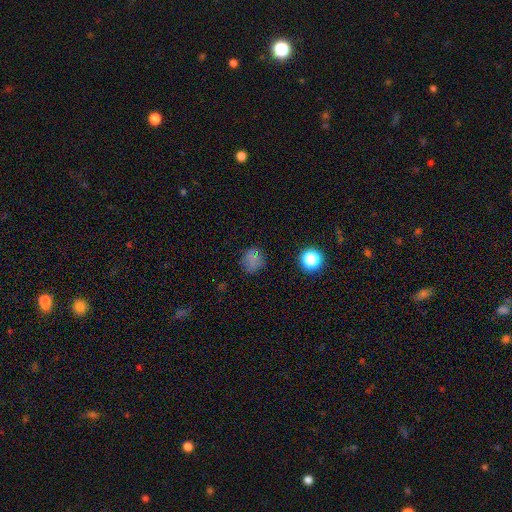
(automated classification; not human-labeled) Smooth or featured: smooth — 66% (star or artifact — 27%)
How rounded: round — 83% (in between — 15%)
Merging: none — 79% (minor disturbance — 13%)